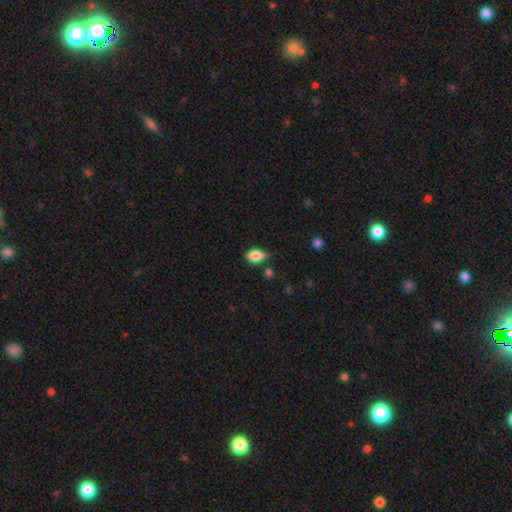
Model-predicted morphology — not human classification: Smooth or featured? Predicted: smooth (p=0.85). How rounded? Predicted: in between (p=0.88). Merging? Predicted: none (p=0.73).